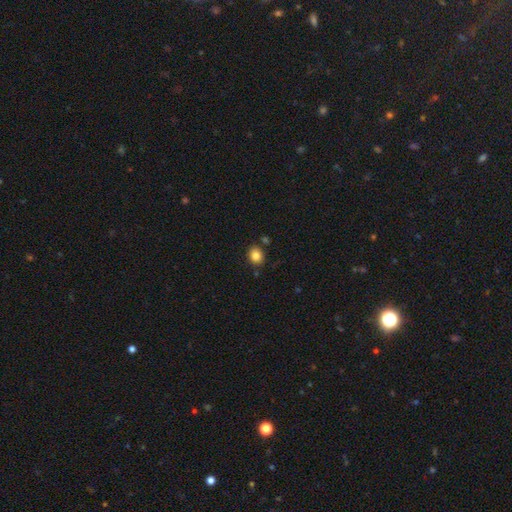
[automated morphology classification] This is clearly a smooth galaxy (84%). How rounded: possibly round (58%). Merging: clearly none (82%).